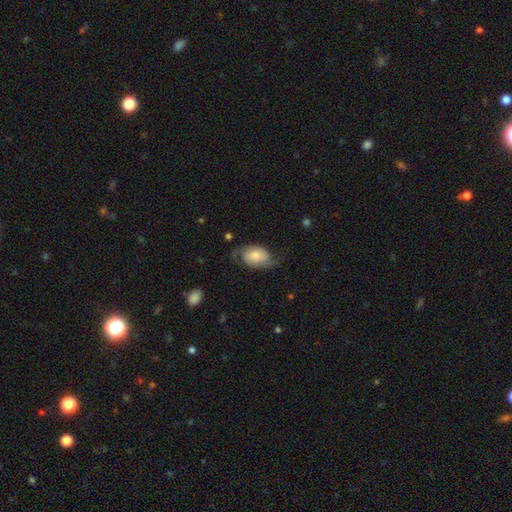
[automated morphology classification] Smooth or featured? featured or disk (54%)
Edge-on disk? no (95%)
Bar? no (70%)
Spiral arms? yes (87%)
Bulge size? moderate (35%)
Merging? none (55%)